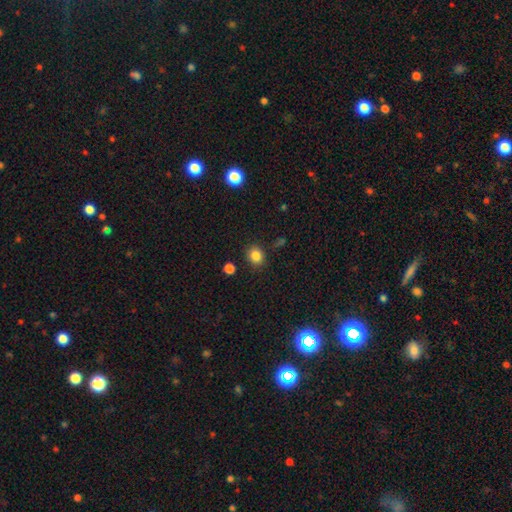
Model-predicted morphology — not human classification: This is clearly a smooth galaxy (85%). How rounded: likely round (71%). Merging: clearly none (85%).